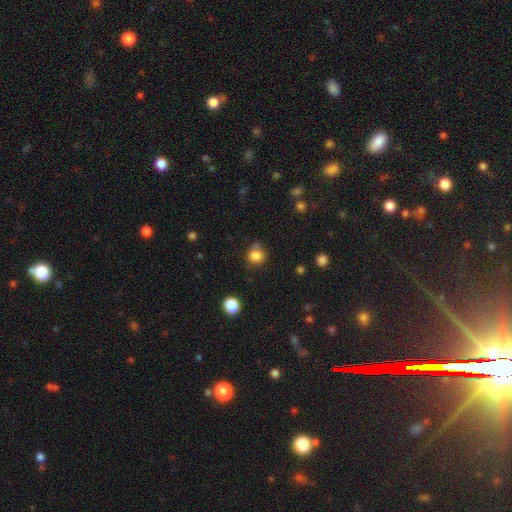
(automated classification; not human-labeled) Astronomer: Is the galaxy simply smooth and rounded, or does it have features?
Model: smooth — 83%.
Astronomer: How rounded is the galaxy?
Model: round — 85%.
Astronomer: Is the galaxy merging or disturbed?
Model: none — 68%.